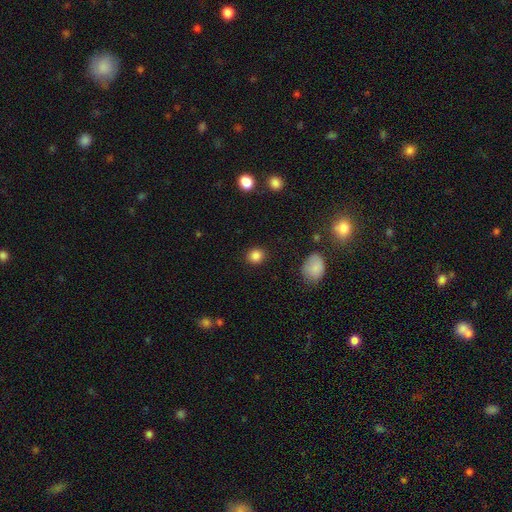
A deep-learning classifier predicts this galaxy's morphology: Q: Smooth or featured?
A: smooth (86%); runner-up: star or artifact (11%)
Q: How rounded?
A: round (84%); runner-up: in between (15%)
Q: Merging?
A: none (90%); runner-up: minor disturbance (6%)